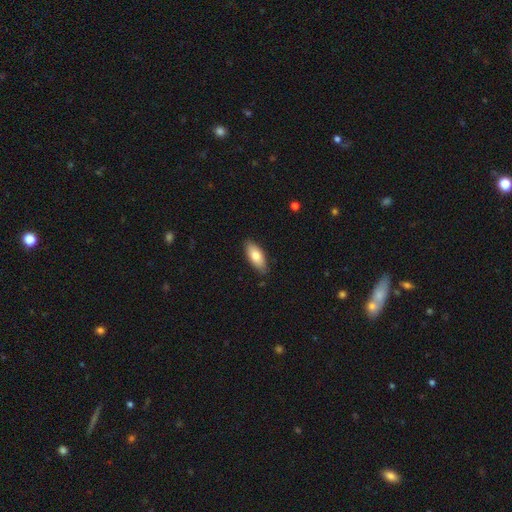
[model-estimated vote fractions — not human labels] smooth-or-featured: smooth: 76% | featured or disk: 18% | star or artifact: 6%
  how-rounded: in between: 82% | cigar-shaped: 15% | round: 2%
  merging: none: 85% | minor disturbance: 12% | major disturbance: 2% | merger: 1%